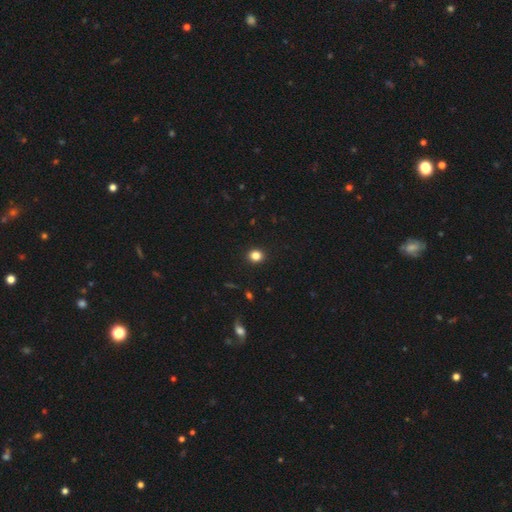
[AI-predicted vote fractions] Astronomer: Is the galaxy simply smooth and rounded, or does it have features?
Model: smooth — 84%.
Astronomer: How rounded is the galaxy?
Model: round — 80%.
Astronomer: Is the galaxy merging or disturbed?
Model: none — 92%.